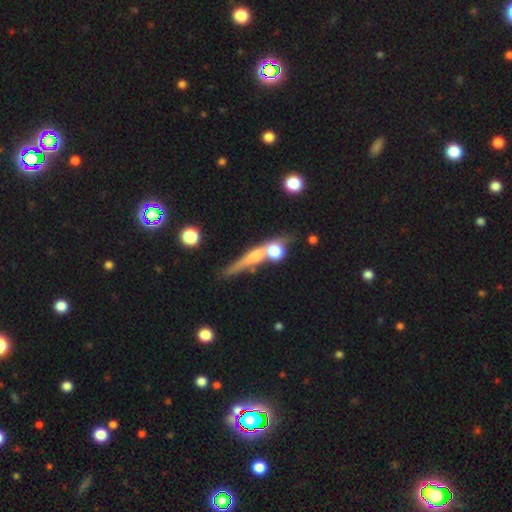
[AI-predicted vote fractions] This appears to be a featured or disk galaxy (48%). Merging: none (56%).